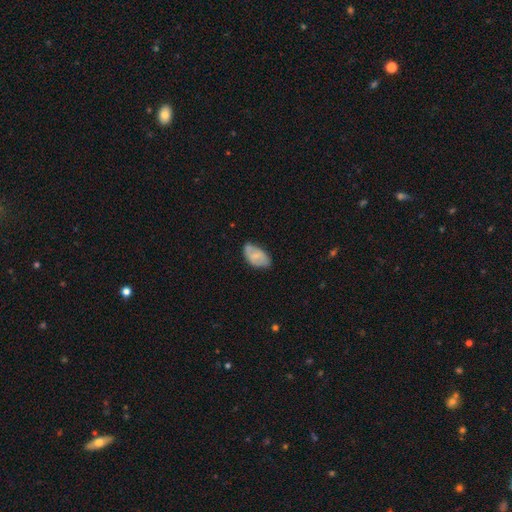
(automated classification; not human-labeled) smooth 64%, featured or disk 29%, star or artifact 7%. Down the decision tree: how rounded — in between (93%); merging — none (64%).